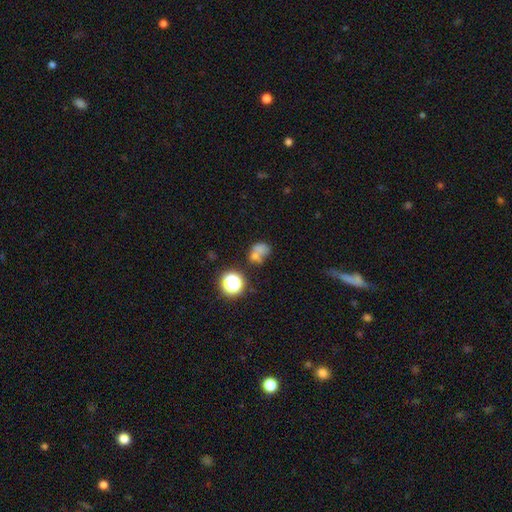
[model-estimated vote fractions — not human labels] Smooth or featured: smooth — 62% (star or artifact — 20%)
How rounded: round — 51% (in between — 47%)
Merging: none — 36% (tied with merger — 36%)